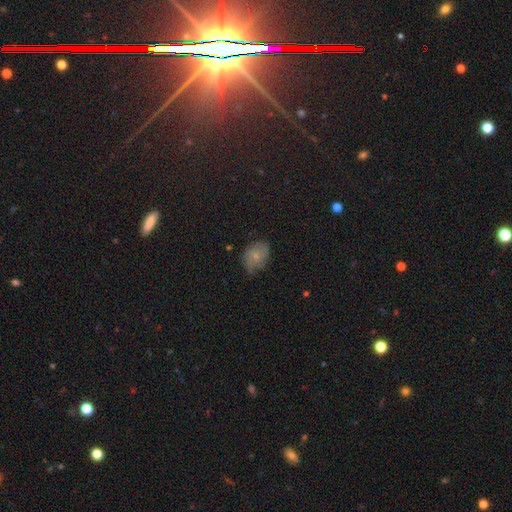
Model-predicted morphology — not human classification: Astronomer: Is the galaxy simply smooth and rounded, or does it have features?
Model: smooth — 57% (runner-up: featured or disk, 33%).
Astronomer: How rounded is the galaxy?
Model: in between — 61% (runner-up: round, 38%).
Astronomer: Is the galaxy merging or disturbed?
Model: none — 59%.